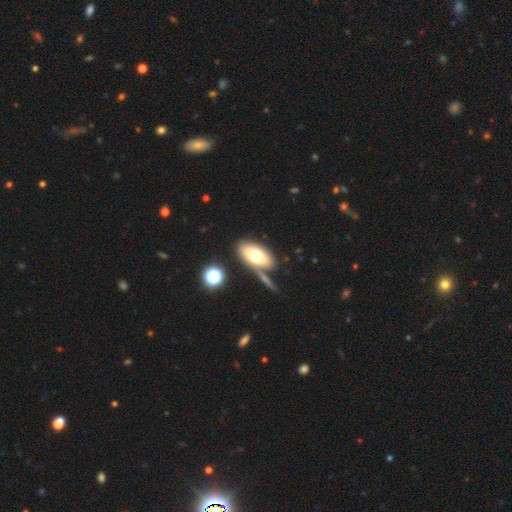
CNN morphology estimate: Smooth or featured?
  - smooth: 68% *
  - featured or disk: 23%
  - star or artifact: 9%
How rounded?
  - in between: 91% *
  - round: 5%
  - cigar-shaped: 4%
Merging?
  - none: 61% *
  - merger: 16%
  - minor disturbance: 15%
  - major disturbance: 7%